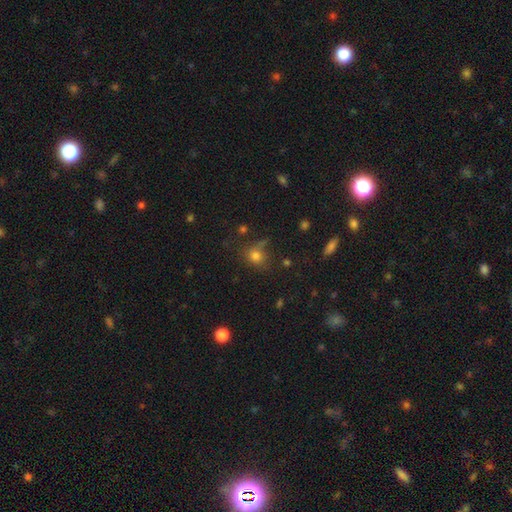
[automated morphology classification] smooth_or_featured: smooth (p=0.76) [alt: star or artifact p=0.16]
how_rounded: round (p=0.75) [alt: in between p=0.24]
merging: none (p=0.67) [alt: minor disturbance p=0.18]